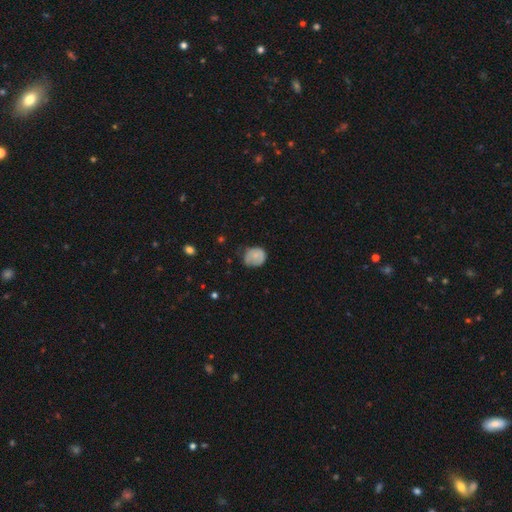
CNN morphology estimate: The model was most divided on "merging": none: 48%, minor disturbance: 38%, major disturbance: 12%, merger: 2%. More confident: smooth or featured — smooth (74%); how rounded — round (64%).